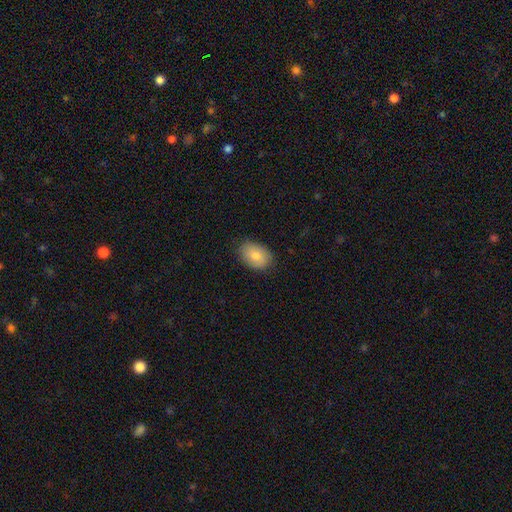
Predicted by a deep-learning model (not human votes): smooth_or_featured: smooth (p=0.81) [alt: featured or disk p=0.12]
how_rounded: in between (p=0.79) [alt: round p=0.20]
merging: none (p=0.83) [alt: minor disturbance p=0.14]